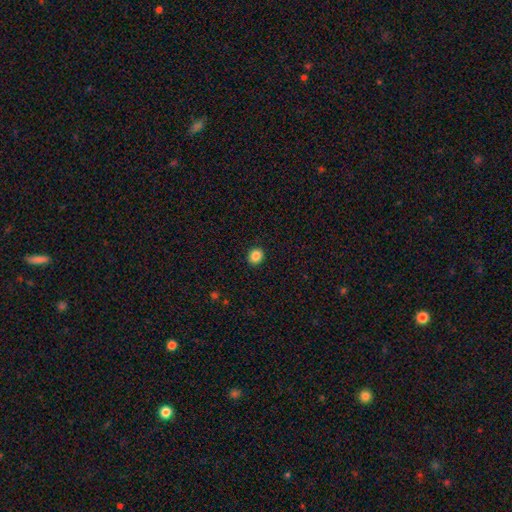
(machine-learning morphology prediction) This appears to be a smooth galaxy with no disk features (86%) that is round (77%). Merging: none (92%).